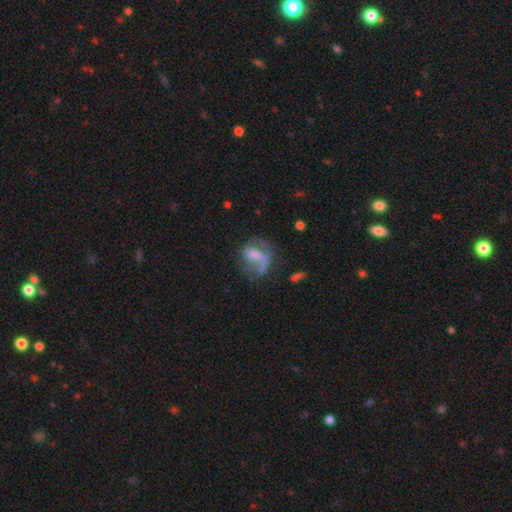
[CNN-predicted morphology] The model was most divided on "bar": no: 43%, weak: 42%, strong: 15%. Remaining: edge-on disk — no (97%); spiral arms — yes (65%); smooth or featured — featured or disk (58%); merging — major disturbance (37%); bulge size — small (35%).